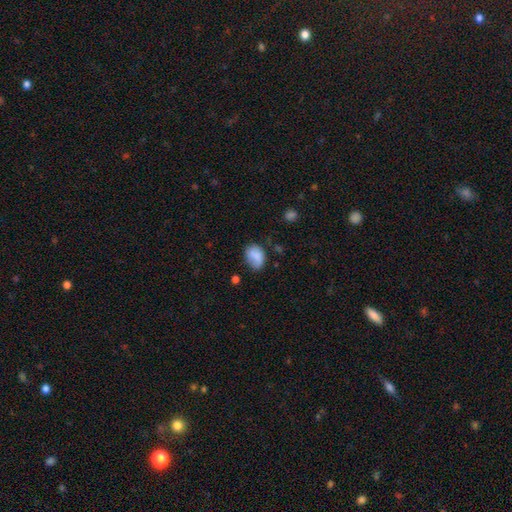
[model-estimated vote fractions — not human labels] A smooth galaxy with no disk features (82%) that is in between round and cigar-shaped (73%).

Vote fractions:
- Smooth or featured? smooth: 82% / featured or disk: 10% / star or artifact: 8%
- How rounded? in between: 73% / round: 26% / cigar-shaped: 1%
- Merging? none: 56% / minor disturbance: 31% / major disturbance: 10% / merger: 4%